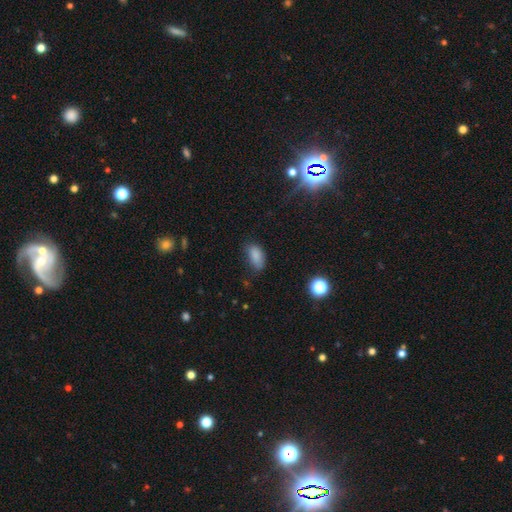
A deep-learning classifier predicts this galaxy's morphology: A smooth galaxy with no disk features (83%) that is in between round and cigar-shaped (90%).

Vote fractions:
- Smooth or featured? smooth: 83% / star or artifact: 11% / featured or disk: 6%
- How rounded? in between: 90% / round: 6% / cigar-shaped: 4%
- Merging? none: 60% / minor disturbance: 29% / major disturbance: 8% / merger: 2%